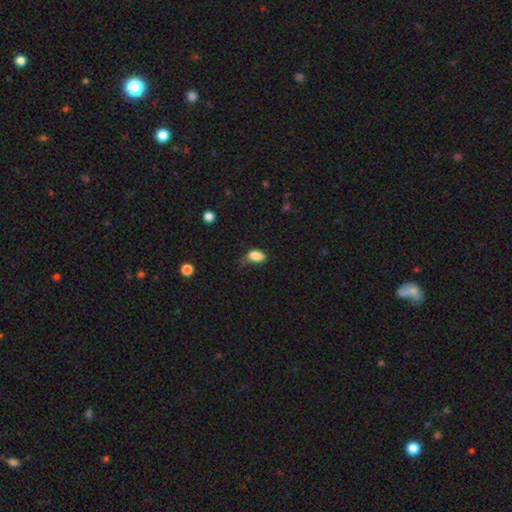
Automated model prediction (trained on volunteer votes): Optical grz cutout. It shows a smooth galaxy with no disk features (85%) that is in between round and cigar-shaped (88%). Merging: none (45%).